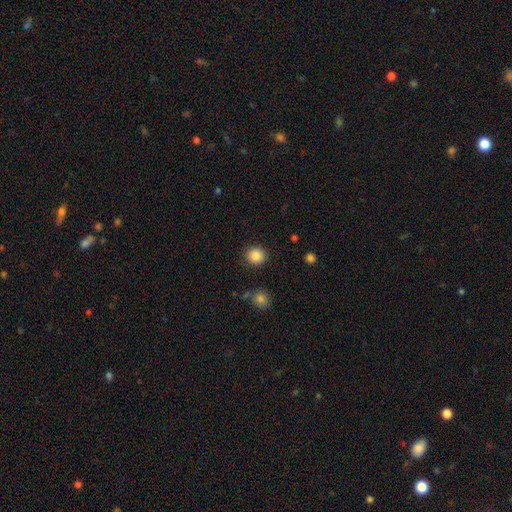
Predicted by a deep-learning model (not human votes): A smooth galaxy with no disk features (88%) that is round (88%). Merging: none (89%).